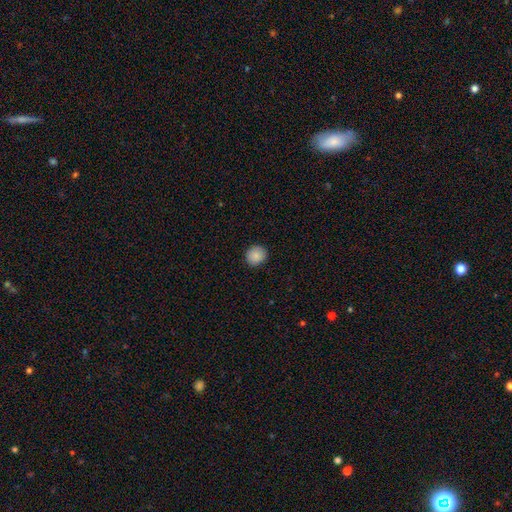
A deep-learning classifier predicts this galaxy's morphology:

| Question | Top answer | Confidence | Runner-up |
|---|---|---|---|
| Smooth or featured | smooth | 87% | star or artifact (9%) |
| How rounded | round | 88% | in between (11%) |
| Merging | none | 91% | minor disturbance (6%) |